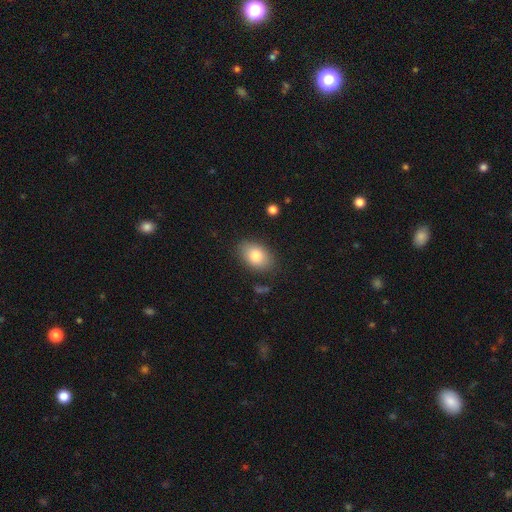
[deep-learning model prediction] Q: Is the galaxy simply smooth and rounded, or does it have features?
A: smooth — 82%.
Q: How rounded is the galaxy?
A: in between — 85%.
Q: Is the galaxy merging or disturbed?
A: none — 83%.